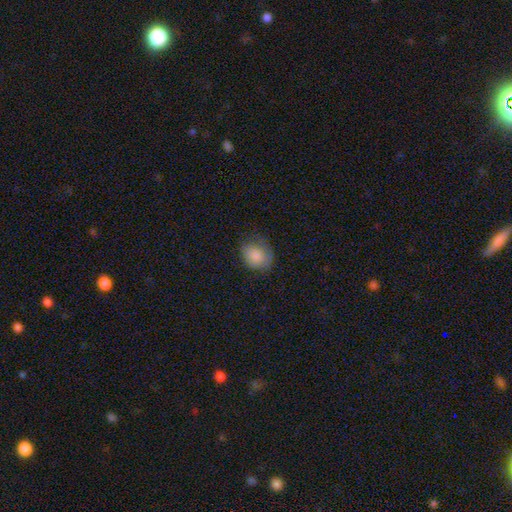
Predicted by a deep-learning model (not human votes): Morphology: type=smooth (84%); roundness=round (56%); merging=none (65%).